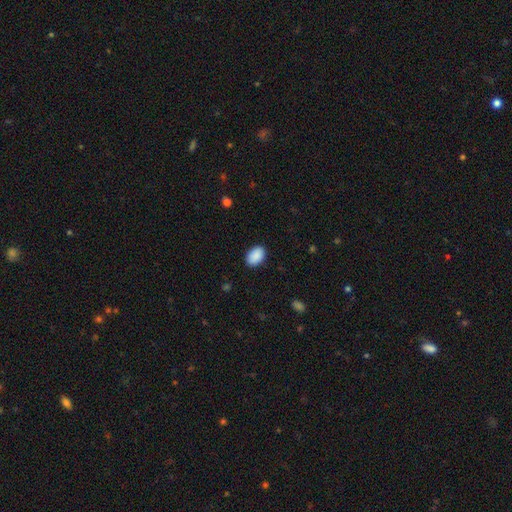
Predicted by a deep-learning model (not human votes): This appears to be a smooth galaxy with no disk features (91%) that is in between round and cigar-shaped (87%). Merging: none (88%).